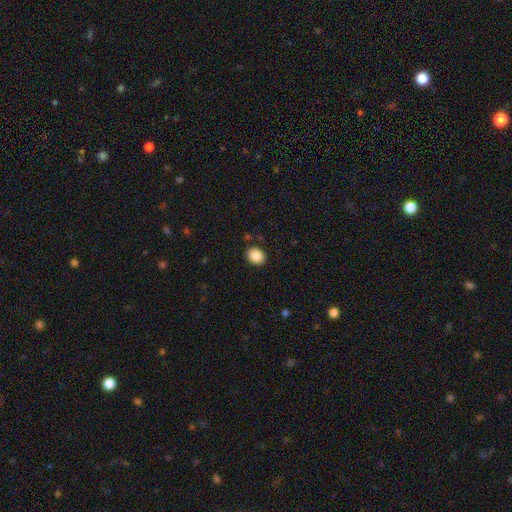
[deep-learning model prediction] smooth 87%, star or artifact 9%, featured or disk 5%. Down the decision tree: how rounded — round (54%); merging — none (89%).